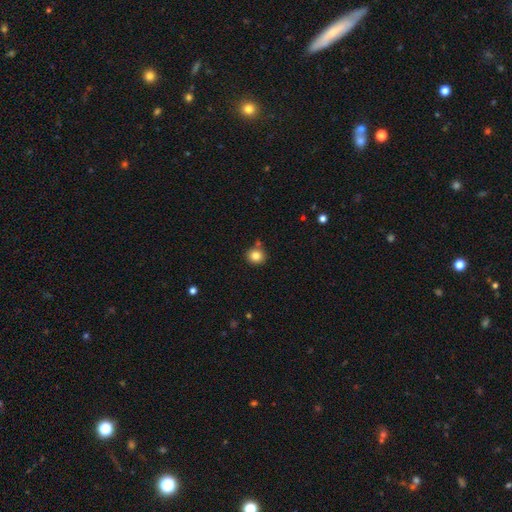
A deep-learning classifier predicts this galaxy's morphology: Smooth or featured? Predicted: smooth (p=0.83). How rounded? Predicted: round (p=0.86). Merging? Predicted: none (p=0.81).